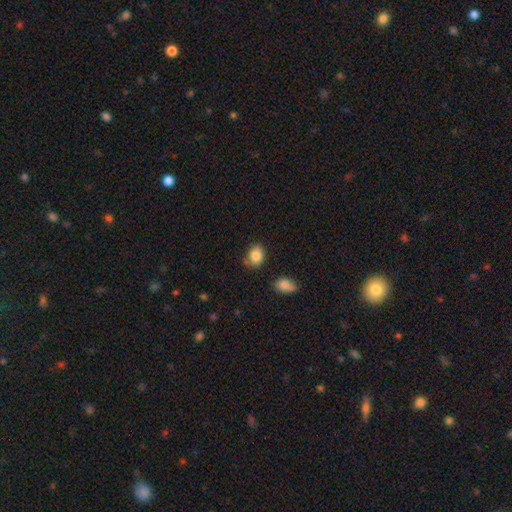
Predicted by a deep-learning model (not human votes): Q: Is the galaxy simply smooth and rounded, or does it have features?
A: smooth — 85%.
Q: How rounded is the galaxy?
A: in between — 58%.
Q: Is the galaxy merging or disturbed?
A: none — 69%.